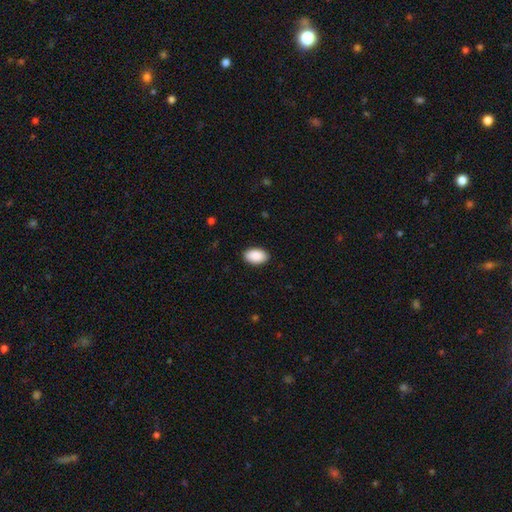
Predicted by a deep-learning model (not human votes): Overall: smooth (91%). How rounded: in between (93%). Merging: none (89%).